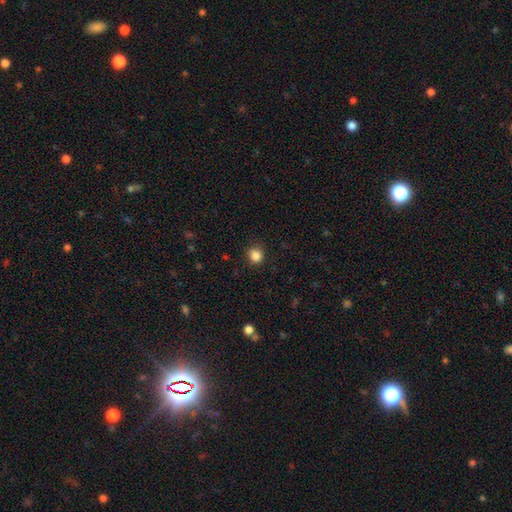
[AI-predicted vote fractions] The model was most divided on "how rounded": round: 84%, in between: 16%, cigar-shaped: 1%. More confident: merging — none (87%); smooth or featured — smooth (85%).